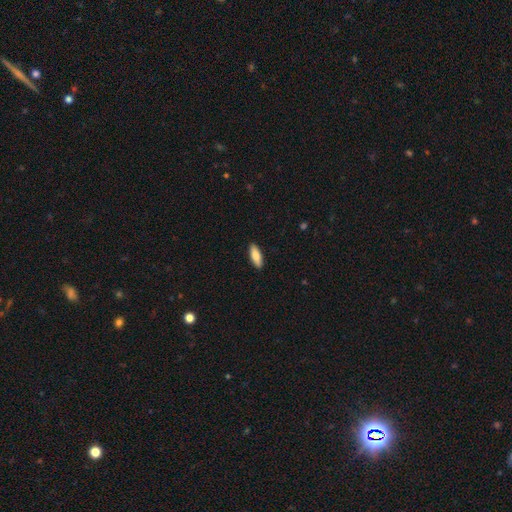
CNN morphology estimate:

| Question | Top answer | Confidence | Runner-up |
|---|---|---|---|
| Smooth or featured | smooth | 81% | featured or disk (13%) |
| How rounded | in between | 67% | cigar-shaped (31%) |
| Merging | none | 90% | minor disturbance (7%) |